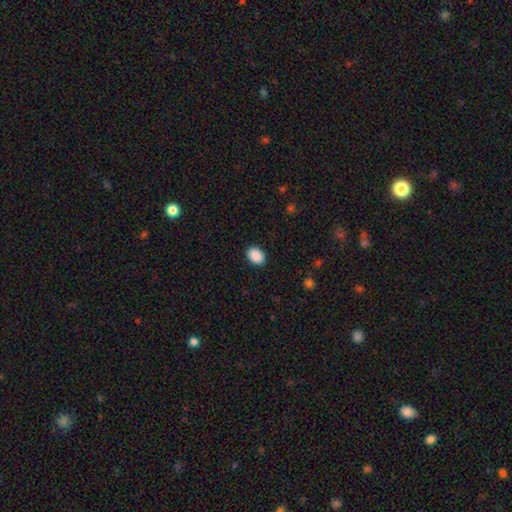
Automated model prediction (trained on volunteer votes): Smooth or featured? Predicted: smooth (p=0.90). How rounded? Predicted: in between (p=0.77). Merging? Predicted: none (p=0.90).